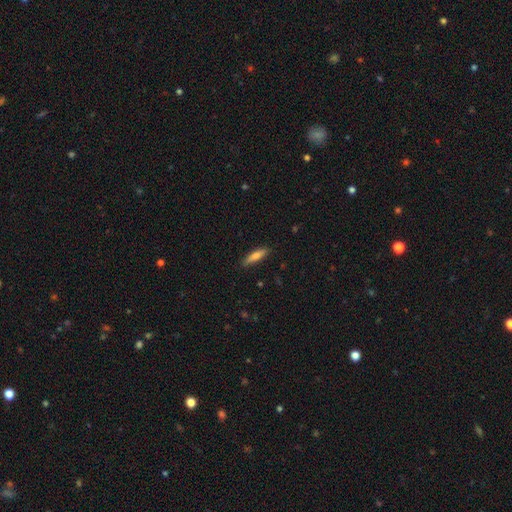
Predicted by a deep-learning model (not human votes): A smooth galaxy with no disk features (70%) that is cigar-shaped (76%). Merging: none (86%).